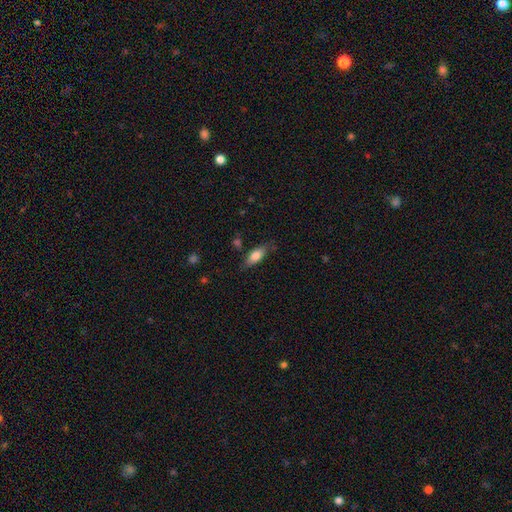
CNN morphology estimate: smooth 73%, featured or disk 20%, star or artifact 7%. Down the decision tree: how rounded — in between (73%); merging — none (74%).